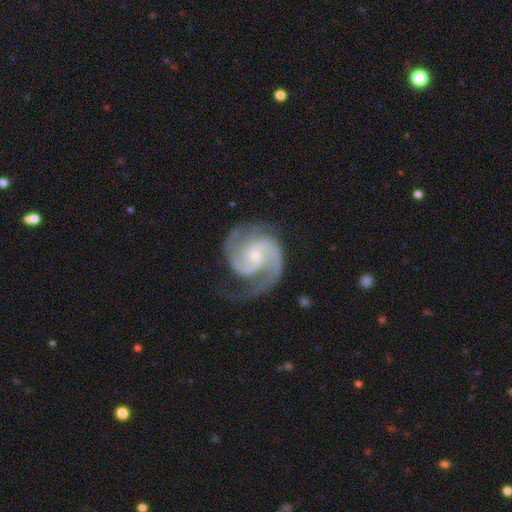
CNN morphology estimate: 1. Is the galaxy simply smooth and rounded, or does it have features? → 93% featured or disk, 4% star or artifact, 3% smooth.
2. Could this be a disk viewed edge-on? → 98% no, 2% yes.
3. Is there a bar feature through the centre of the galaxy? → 60% no, 31% weak, 9% strong.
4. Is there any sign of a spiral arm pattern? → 99% yes, 1% no.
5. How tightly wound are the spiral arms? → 56% medium, 35% tight, 9% loose.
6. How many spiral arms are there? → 80% 2, 11% 3, 3% can't tell, 2% 1, 2% 4, 2% more than 4.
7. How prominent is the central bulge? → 73% small, 22% moderate, 3% none, 1% large, 1% dominant.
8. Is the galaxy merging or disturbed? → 72% none, 17% minor disturbance, 9% major disturbance, 1% merger.